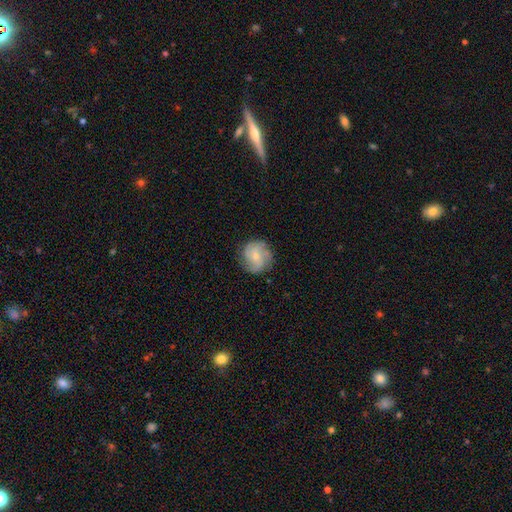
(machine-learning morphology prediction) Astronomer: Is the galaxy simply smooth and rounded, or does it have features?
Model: featured or disk — 64%.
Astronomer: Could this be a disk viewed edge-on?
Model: no — 98%.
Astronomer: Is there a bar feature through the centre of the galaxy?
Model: no — 65%.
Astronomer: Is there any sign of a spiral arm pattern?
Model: yes — 93%.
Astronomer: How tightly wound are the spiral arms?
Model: medium — 45% (runner-up: tight, 36%).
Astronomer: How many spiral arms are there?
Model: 3 — 38% (runner-up: can't tell, 20%).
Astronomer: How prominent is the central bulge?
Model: small — 67%.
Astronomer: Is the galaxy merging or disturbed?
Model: none — 79%.